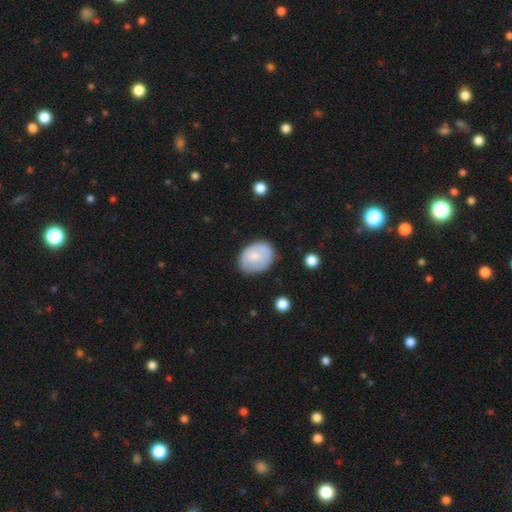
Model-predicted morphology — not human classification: smooth-or-featured: smooth: 69% | featured or disk: 24% | star or artifact: 7%
  how-rounded: in between: 62% | round: 37% | cigar-shaped: 1%
  merging: none: 72% | minor disturbance: 21% | major disturbance: 5% | merger: 2%